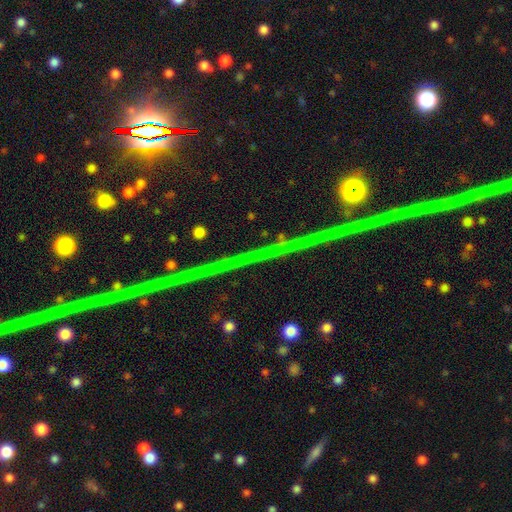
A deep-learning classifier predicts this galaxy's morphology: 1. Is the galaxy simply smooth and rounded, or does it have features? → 74% star or artifact, 16% featured or disk, 10% smooth.